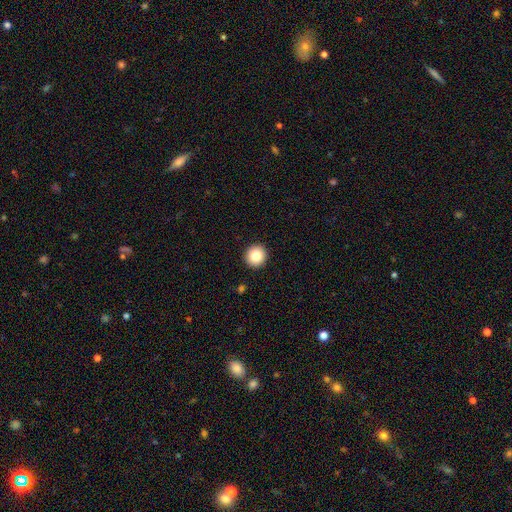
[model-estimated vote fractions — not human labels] smooth_or_featured: smooth (p=0.83) [alt: star or artifact p=0.09]
how_rounded: round (p=0.94) [alt: in between p=0.05]
merging: none (p=0.93) [alt: minor disturbance p=0.04]